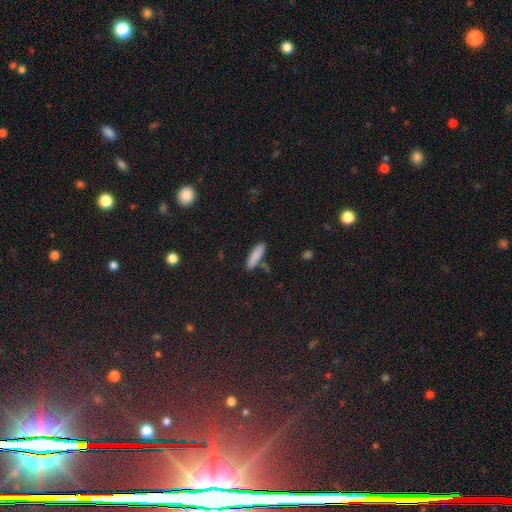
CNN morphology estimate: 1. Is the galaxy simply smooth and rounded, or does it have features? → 86% smooth, 8% star or artifact, 7% featured or disk.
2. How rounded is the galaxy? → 64% cigar-shaped, 34% in between, 2% round.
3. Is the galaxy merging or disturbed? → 81% none, 11% minor disturbance, 5% merger, 3% major disturbance.